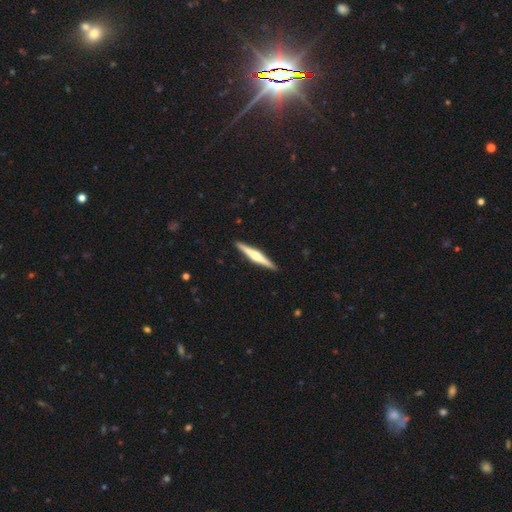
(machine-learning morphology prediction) This appears to be a featured or disk galaxy (70%) viewed edge-on (98%) with a rounded central bulge (86%). Merging: none (92%).